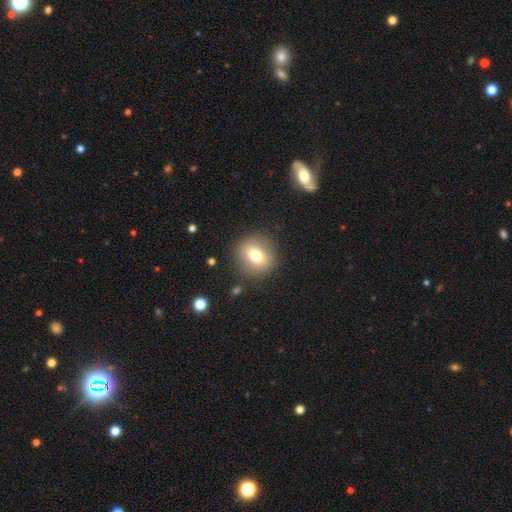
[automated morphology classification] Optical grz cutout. It shows a smooth galaxy with no disk features (72%) that is round (78%). Merging: none (86%).